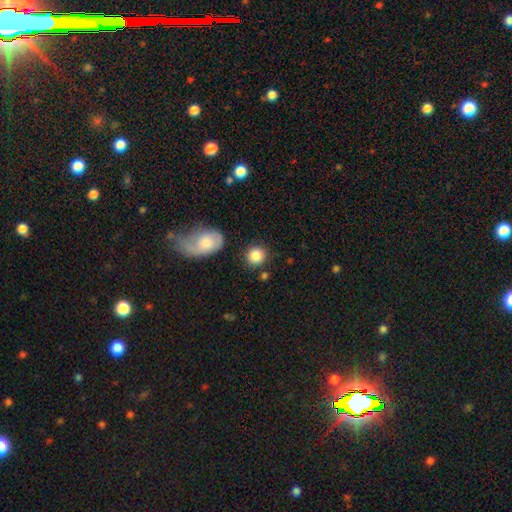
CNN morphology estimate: Smooth or featured? Predicted: smooth (p=0.85). How rounded? Predicted: round (p=0.88). Merging? Predicted: none (p=0.79).